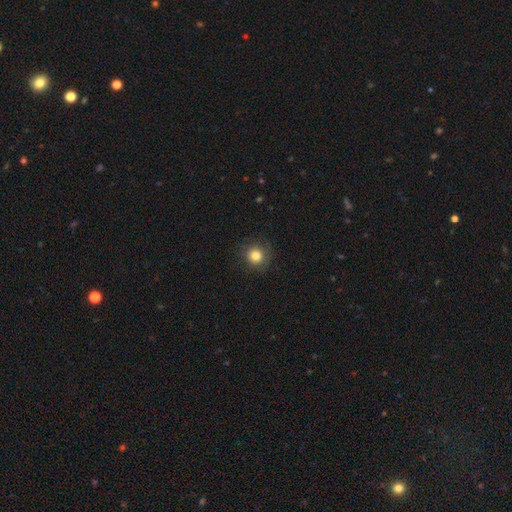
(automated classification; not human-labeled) Smooth or featured: smooth — 82% (star or artifact — 11%)
How rounded: round — 93% (in between — 6%)
Merging: none — 84% (minor disturbance — 11%)